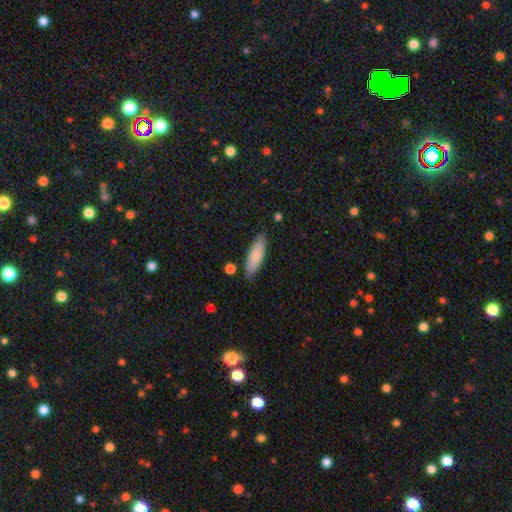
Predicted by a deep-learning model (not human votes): smooth 81%, featured or disk 13%, star or artifact 6%. Down the decision tree: how rounded — cigar-shaped (54%); merging — none (83%).